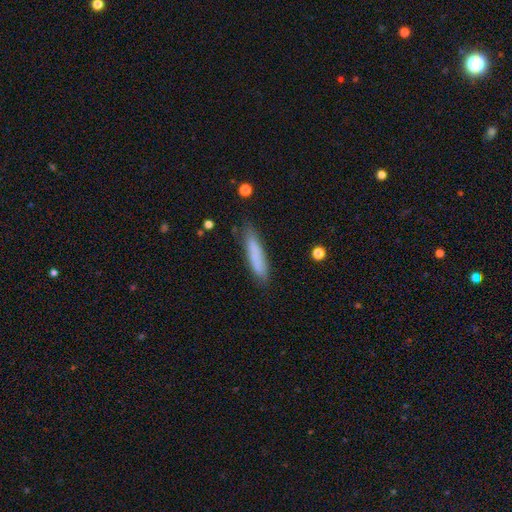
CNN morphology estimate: This appears to be a smooth galaxy with no disk features (80%) that is cigar-shaped (86%). Merging: none (81%).